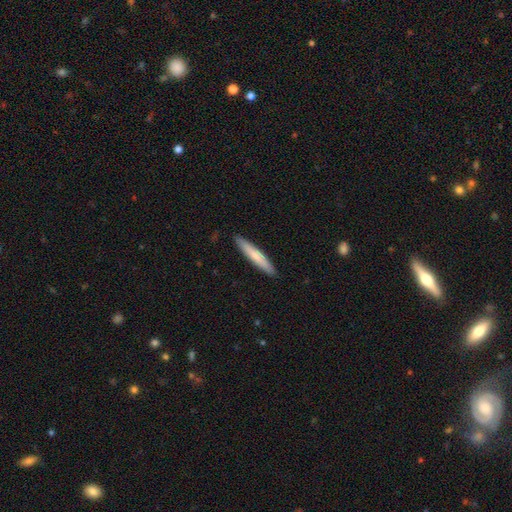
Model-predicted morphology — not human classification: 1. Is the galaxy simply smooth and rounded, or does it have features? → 72% smooth, 23% featured or disk, 5% star or artifact.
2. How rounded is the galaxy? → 93% cigar-shaped, 6% in between, 1% round.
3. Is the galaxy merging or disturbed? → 91% none, 7% minor disturbance, 1% major disturbance, 1% merger.